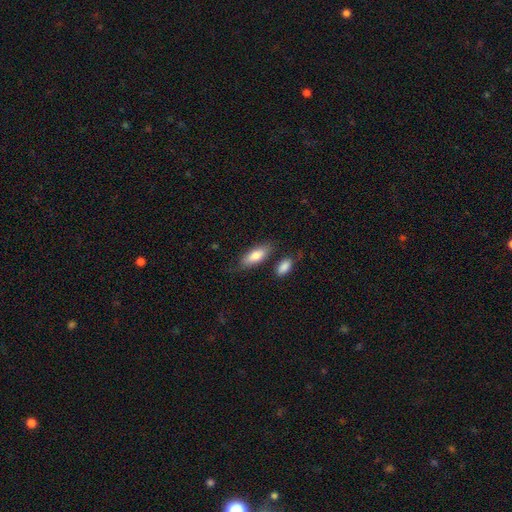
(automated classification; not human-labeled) Smooth or featured?
  - smooth: 78% *
  - featured or disk: 16%
  - star or artifact: 6%
How rounded?
  - in between: 72% *
  - cigar-shaped: 25%
  - round: 2%
Merging?
  - none: 74% *
  - minor disturbance: 16%
  - merger: 7%
  - major disturbance: 4%